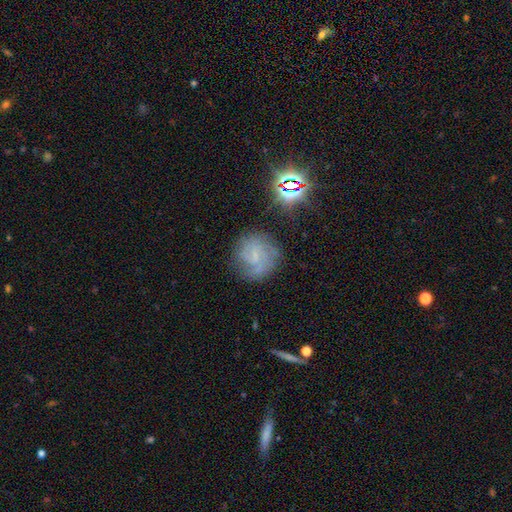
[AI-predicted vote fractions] Smooth or featured?
  - featured or disk: 66% *
  - smooth: 20%
  - star or artifact: 13%
Edge-on disk?
  - no: 97% *
  - yes: 3%
Bar?
  - weak: 47% *
  - no: 40%
  - strong: 12%
Spiral arms?
  - yes: 89% *
  - no: 11%
Spiral winding?
  - tight: 51% *
  - medium: 37%
  - loose: 13%
Spiral arm count?
  - can't tell: 33% *
  - 2: 32%
  - 3: 20%
  - 4: 6%
  - 1: 5%
  - more than 4: 4%
Bulge size?
  - small: 52% *
  - none: 35%
  - moderate: 11%
  - large: 1%
  - dominant: 1%
Merging?
  - none: 72% *
  - minor disturbance: 17%
  - major disturbance: 8%
  - merger: 2%